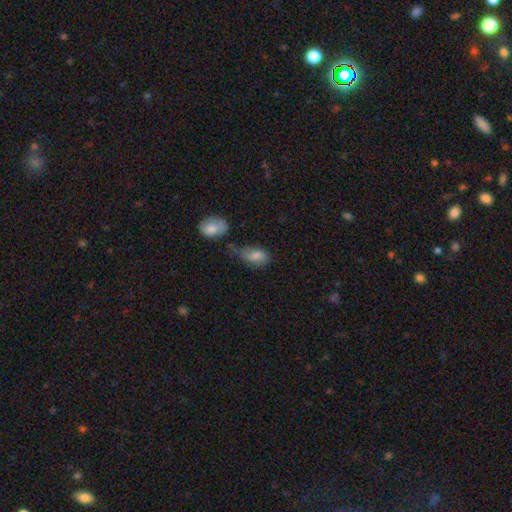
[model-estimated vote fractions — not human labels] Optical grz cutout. It shows a smooth galaxy with no disk features (78%) that is in between round and cigar-shaped (90%). Merging: none (32%, tied with minor disturbance).